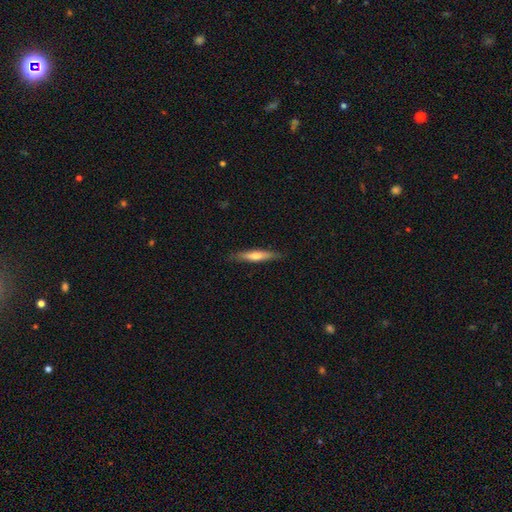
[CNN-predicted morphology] type=smooth (56%); roundness=cigar-shaped (89%); merging=none (86%).